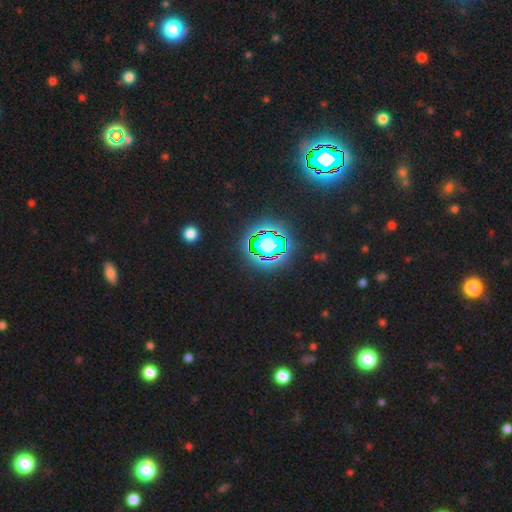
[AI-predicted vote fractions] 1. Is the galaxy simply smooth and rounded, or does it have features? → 83% star or artifact, 10% smooth, 7% featured or disk.